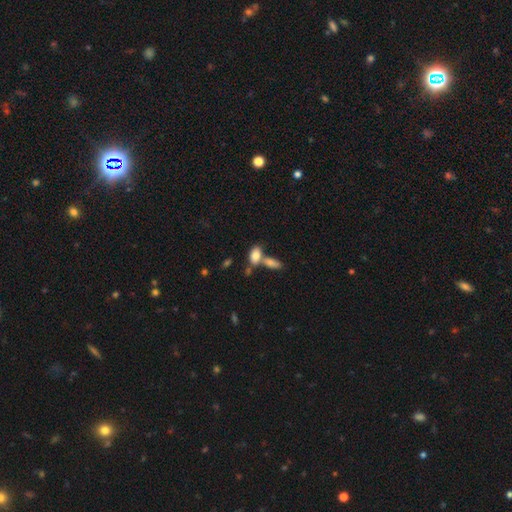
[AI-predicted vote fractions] smooth 81%, featured or disk 11%, star or artifact 8%. Down the decision tree: how rounded — in between (90%); merging — merger (47%).